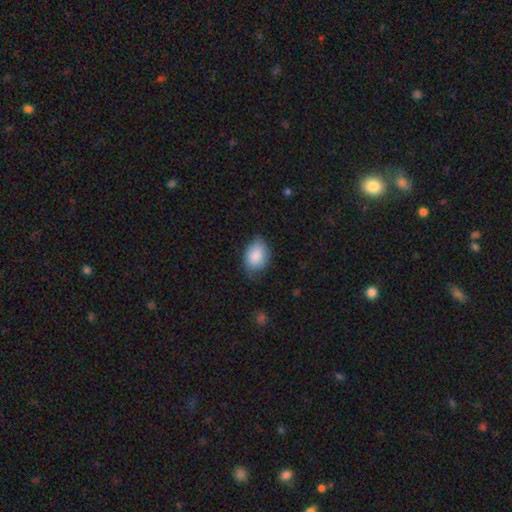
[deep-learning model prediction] smooth-or-featured: smooth: 87% | featured or disk: 7% | star or artifact: 7%
  how-rounded: in between: 79% | round: 20% | cigar-shaped: 1%
  merging: none: 66% | minor disturbance: 28% | major disturbance: 5% | merger: 1%